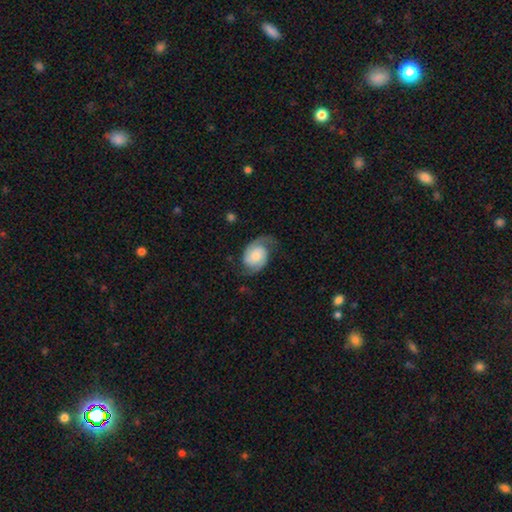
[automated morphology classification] Smooth or featured: featured or disk — 76% (smooth — 17%)
Edge-on disk: no — 98% (yes — 2%)
Bar: no — 69% (weak — 26%)
Spiral arms: yes — 96% (no — 4%)
Spiral winding: medium — 43% (loose — 31%)
Spiral arm count: 2 — 90% (1 — 4%)
Bulge size: moderate — 29% (small — 28%)
Merging: none — 67% (minor disturbance — 19%)